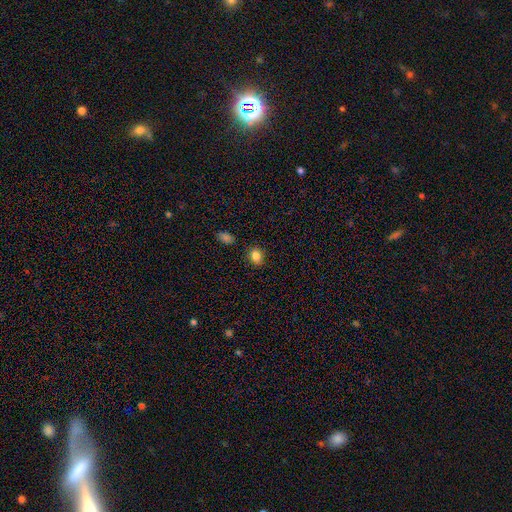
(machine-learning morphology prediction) type=smooth (84%); roundness=in between (58%); merging=none (86%).